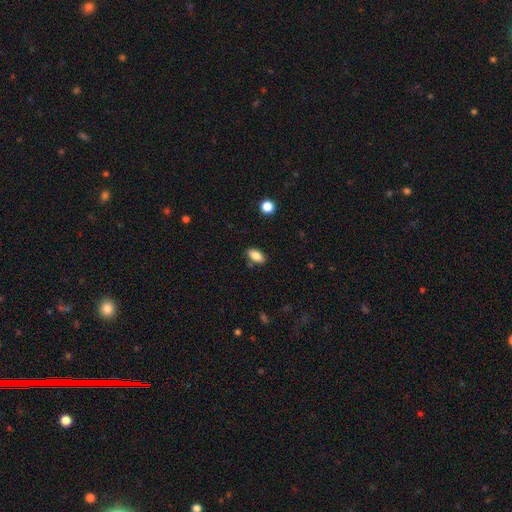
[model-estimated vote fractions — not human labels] smooth 84%, star or artifact 8%, featured or disk 7%. Down the decision tree: how rounded — in between (90%); merging — none (83%).